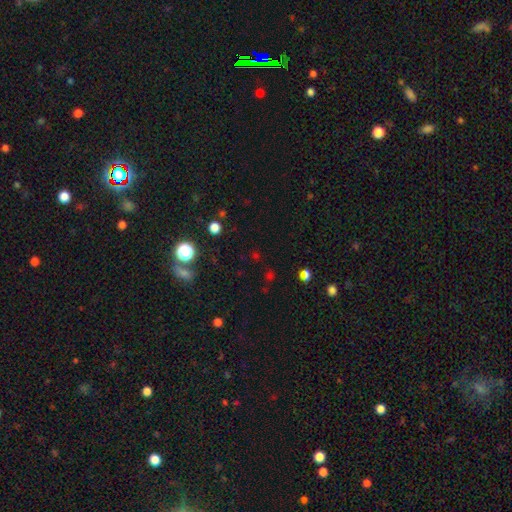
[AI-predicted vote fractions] Overall: star or artifact (60%; smooth 33%).